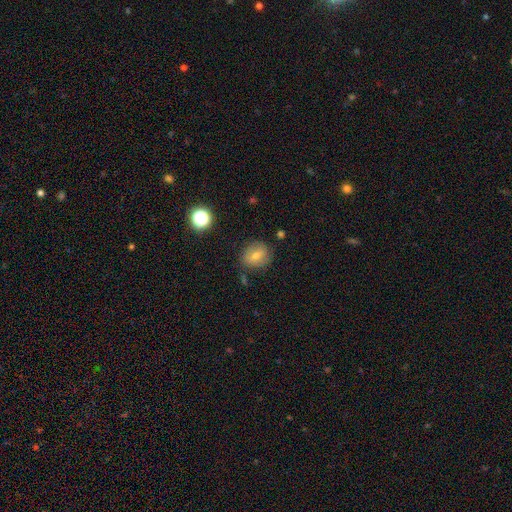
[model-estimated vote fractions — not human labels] Smooth or featured? Predicted: smooth (p=0.63). How rounded? Predicted: round (p=0.69). Merging? Predicted: none (p=0.80).